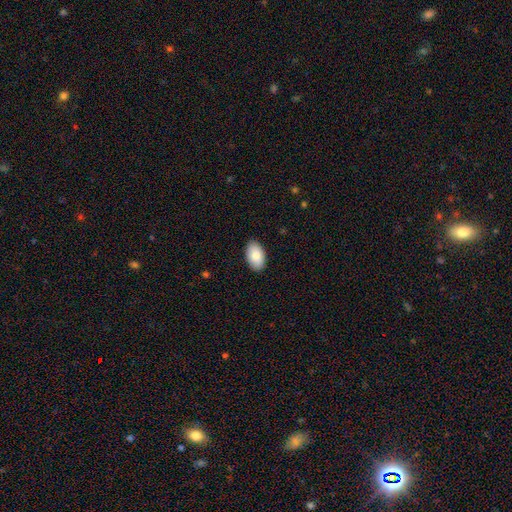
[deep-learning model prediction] Smooth or featured? Predicted: smooth (p=0.83). How rounded? Predicted: in between (p=0.94). Merging? Predicted: none (p=0.88).